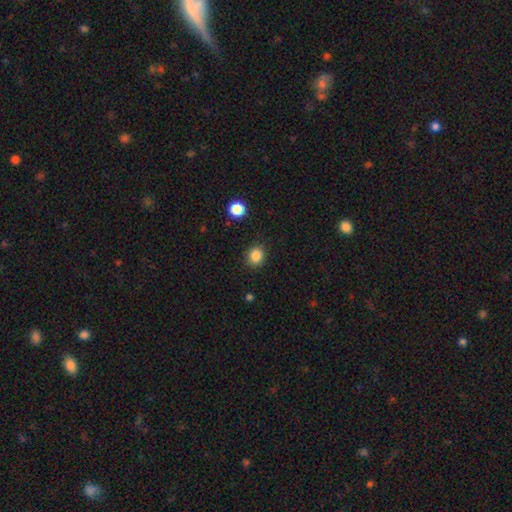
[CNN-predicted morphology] Smooth or featured? Predicted: smooth (p=0.85). How rounded? Predicted: round (p=0.80). Merging? Predicted: none (p=0.89).